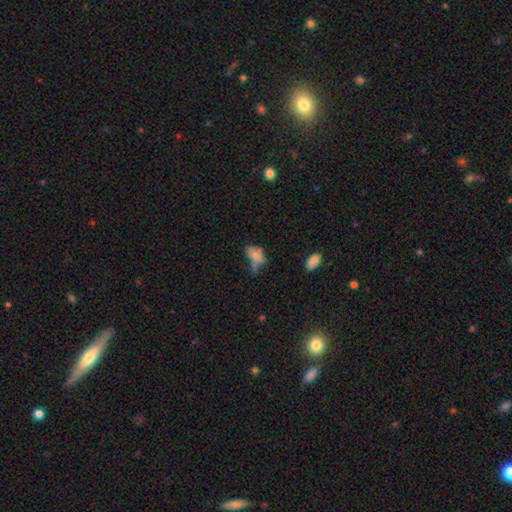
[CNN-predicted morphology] smooth_or_featured: smooth (p=0.70) [alt: featured or disk p=0.18]
how_rounded: in between (p=0.84) [alt: cigar-shaped p=0.11]
merging: none (p=0.33) [alt: minor disturbance p=0.27]